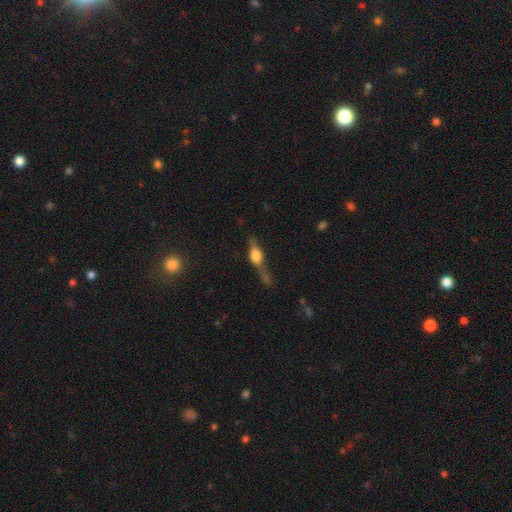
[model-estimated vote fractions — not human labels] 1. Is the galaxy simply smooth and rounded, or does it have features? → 53% featured or disk, 36% smooth, 11% star or artifact.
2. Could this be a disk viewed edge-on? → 86% yes, 14% no.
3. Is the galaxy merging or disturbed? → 47% none, 23% minor disturbance, 17% major disturbance, 13% merger.